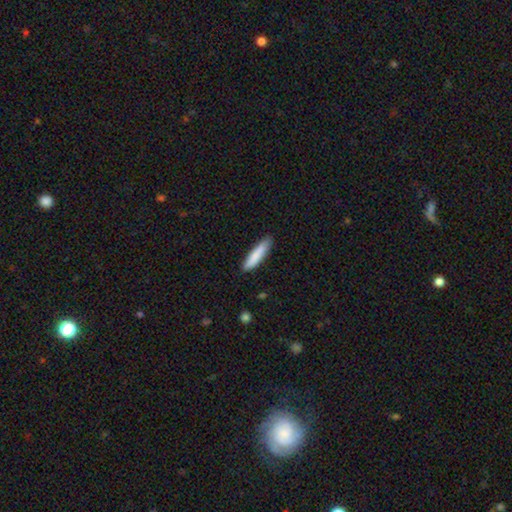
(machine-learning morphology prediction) smooth 85%, featured or disk 9%, star or artifact 6%. Down the decision tree: how rounded — cigar-shaped (81%); merging — none (84%).